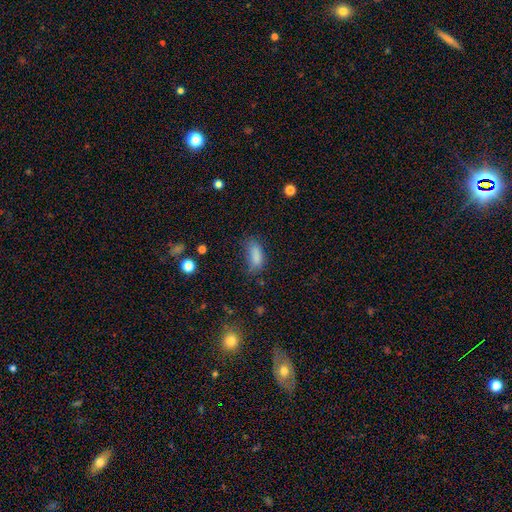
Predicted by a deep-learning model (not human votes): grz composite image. It shows a smooth galaxy with no disk features (83%) that is in between round and cigar-shaped (83%). Merging: none (58%).